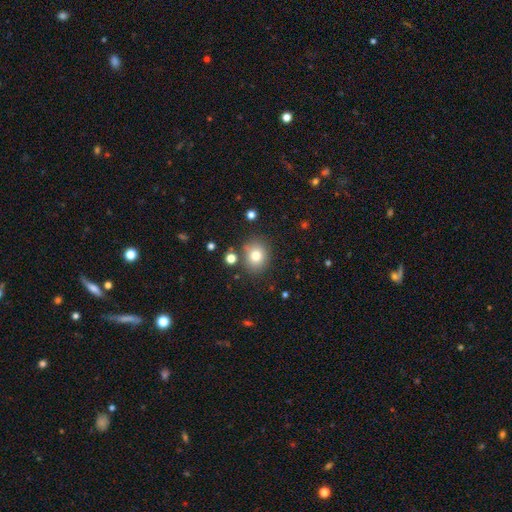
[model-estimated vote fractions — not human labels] Smooth or featured?
  - smooth: 78% *
  - star or artifact: 12%
  - featured or disk: 10%
How rounded?
  - round: 70% *
  - in between: 29%
  - cigar-shaped: 1%
Merging?
  - none: 80% *
  - minor disturbance: 11%
  - merger: 5%
  - major disturbance: 4%